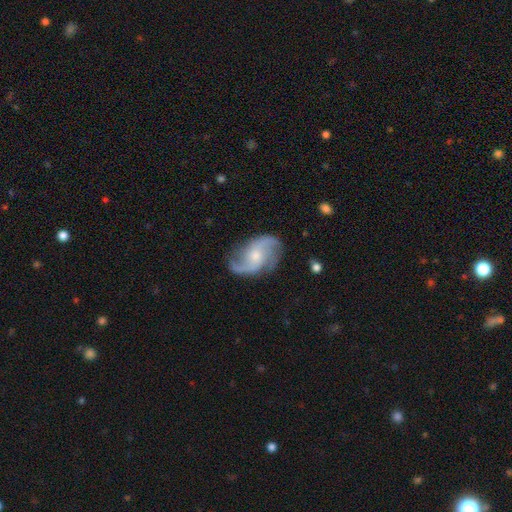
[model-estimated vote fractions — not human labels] Smooth or featured?
  - featured or disk: 88% *
  - smooth: 7%
  - star or artifact: 5%
Edge-on disk?
  - no: 97% *
  - yes: 3%
Bar?
  - no: 57% *
  - weak: 36%
  - strong: 7%
Spiral arms?
  - yes: 97% *
  - no: 3%
Spiral winding?
  - loose: 45% *
  - medium: 43%
  - tight: 12%
Spiral arm count?
  - 2: 76% *
  - 3: 12%
  - can't tell: 5%
  - 1: 3%
  - 4: 3%
  - more than 4: 2%
Bulge size?
  - moderate: 49% *
  - small: 43%
  - large: 4%
  - none: 4%
  - dominant: 1%
Merging?
  - none: 77% *
  - minor disturbance: 16%
  - major disturbance: 6%
  - merger: 1%